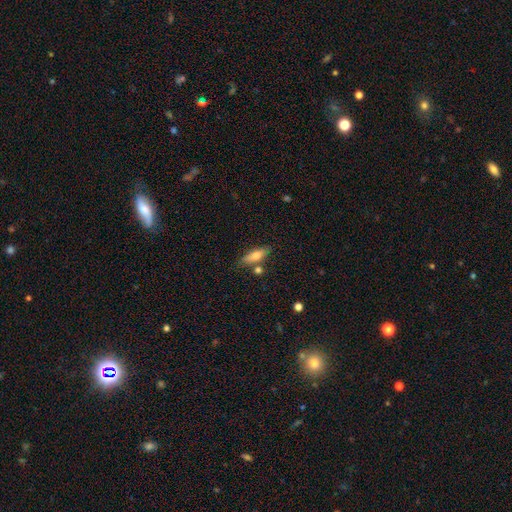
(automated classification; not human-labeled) Morphology: type=smooth (71%); roundness=in between (50%); merging=none (73%).